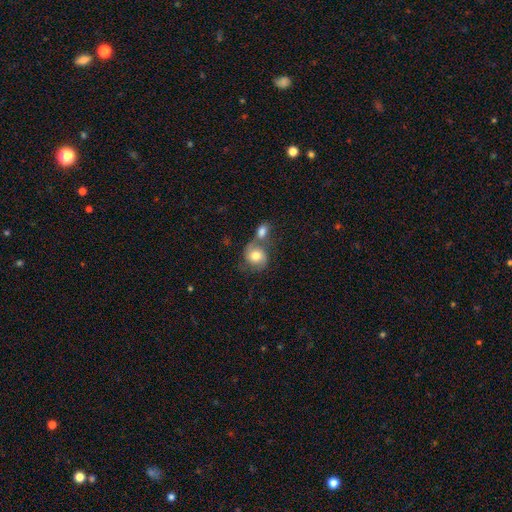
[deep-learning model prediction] Morphology: type=smooth (53%); roundness=round (71%); merging=merger (46%).